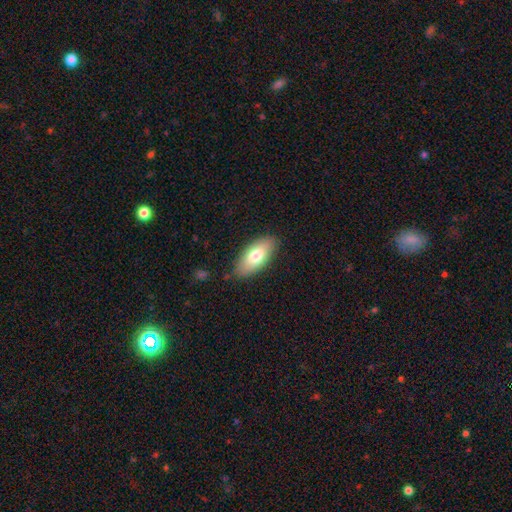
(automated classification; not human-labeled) Smooth or featured? smooth (74%)
How rounded? in between (87%)
Merging? none (83%)